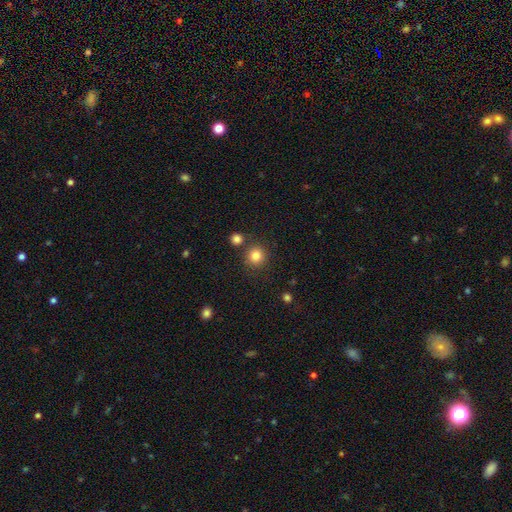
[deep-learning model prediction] smooth 83%, star or artifact 12%, featured or disk 5%. Down the decision tree: how rounded — round (93%); merging — none (81%).